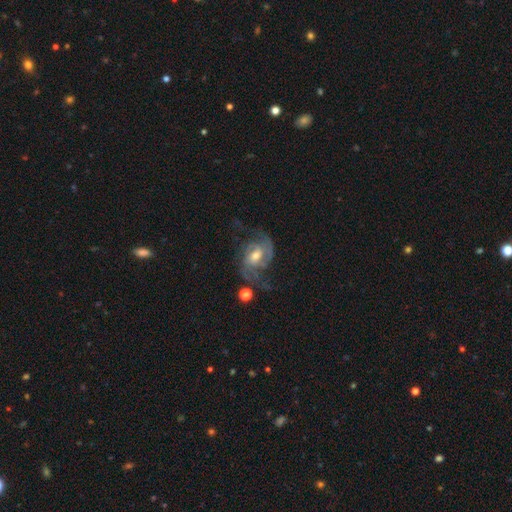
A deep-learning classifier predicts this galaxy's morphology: featured or disk 88%, smooth 6%, star or artifact 6%. Down the decision tree: edge-on disk — no (98%); bar — weak (44%); spiral arms — yes (97%); spiral arm count — 2 (68%); spiral winding — medium (52%); bulge size — moderate (65%); merging — none (60%).